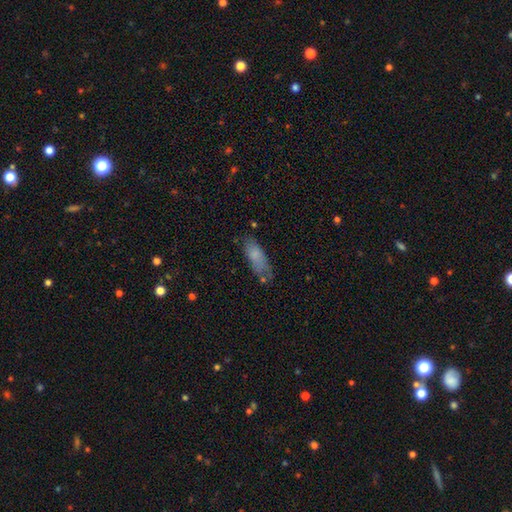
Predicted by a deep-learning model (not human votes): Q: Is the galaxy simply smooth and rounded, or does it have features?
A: smooth — 79%.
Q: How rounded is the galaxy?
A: in between — 63%.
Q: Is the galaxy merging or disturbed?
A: none — 60%.